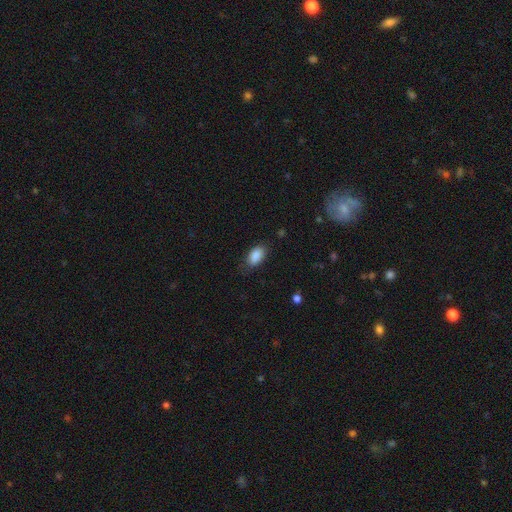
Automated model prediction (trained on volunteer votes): A smooth galaxy with no disk features (89%) that is in between round and cigar-shaped (93%). Merging: none (78%).